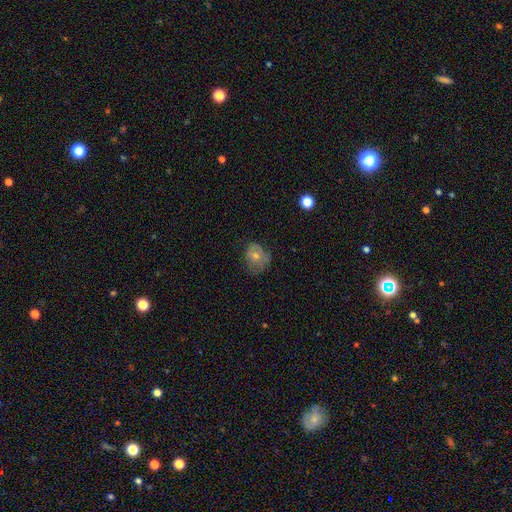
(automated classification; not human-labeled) This is possibly a smooth galaxy (53%). How rounded: likely round (65%). Merging: possibly none (58%).